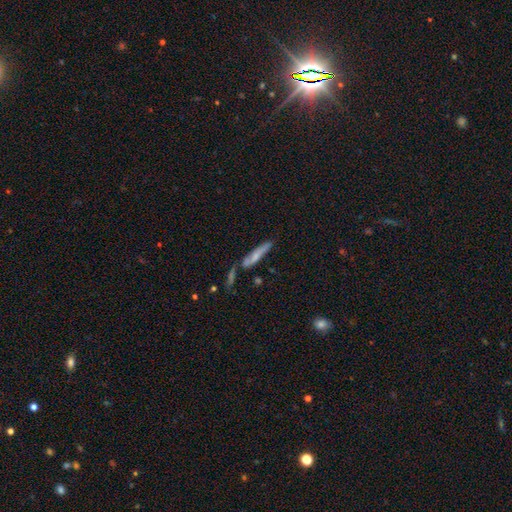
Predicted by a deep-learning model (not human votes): Smooth or featured? smooth (51%)
How rounded? cigar-shaped (86%)
Merging? none (52%)